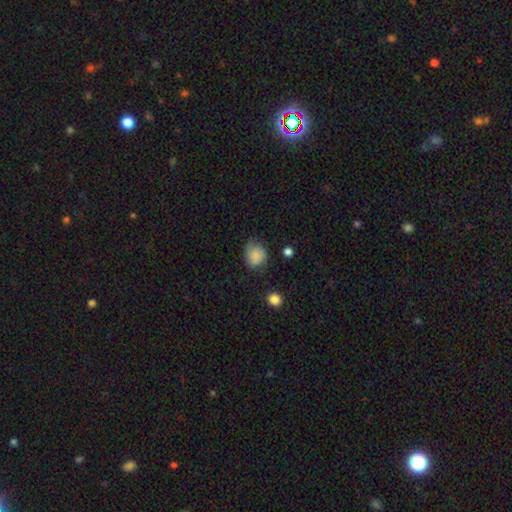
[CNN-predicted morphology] Smooth or featured? Predicted: smooth (p=0.82). How rounded? Predicted: round (p=0.67). Merging? Predicted: none (p=0.58).